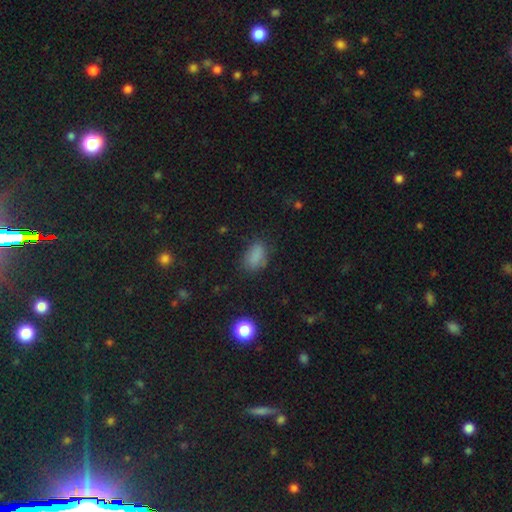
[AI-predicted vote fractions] Smooth or featured?
  - smooth: 80% *
  - star or artifact: 13%
  - featured or disk: 6%
How rounded?
  - in between: 87% *
  - round: 10%
  - cigar-shaped: 3%
Merging?
  - none: 69% *
  - minor disturbance: 21%
  - major disturbance: 7%
  - merger: 2%